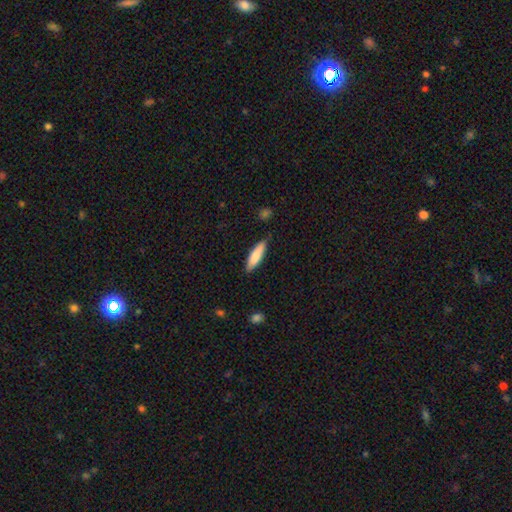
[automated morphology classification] A smooth galaxy with no disk features (81%) that is cigar-shaped (68%). Merging: none (85%).